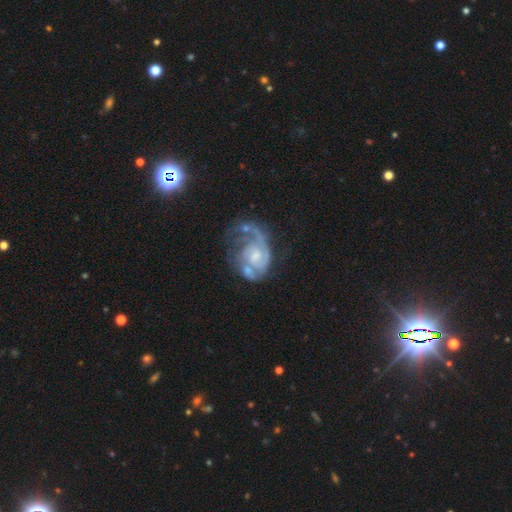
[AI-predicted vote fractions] Smooth or featured: featured or disk — 83% (smooth — 11%)
Edge-on disk: no — 98% (yes — 2%)
Bar: no — 64% (weak — 32%)
Spiral arms: yes — 92% (no — 8%)
Spiral winding: tight — 42% (medium — 40%)
Spiral arm count: 2 — 39% (1 — 28%)
Bulge size: moderate — 43% (small — 38%)
Merging: none — 33% (major disturbance — 32%)